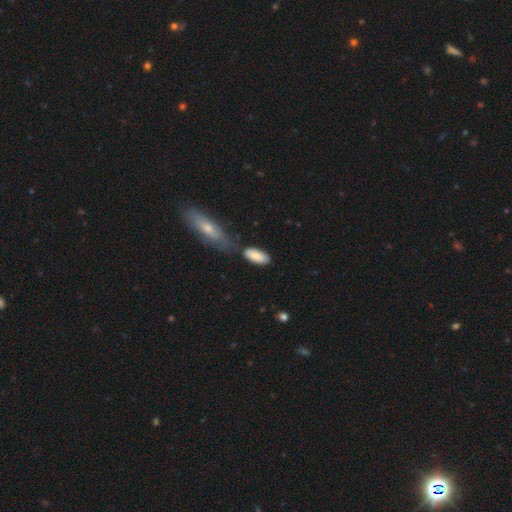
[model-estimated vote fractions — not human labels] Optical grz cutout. It shows a smooth galaxy with no disk features (83%) that is in between round and cigar-shaped (85%). Merging: none (64%).